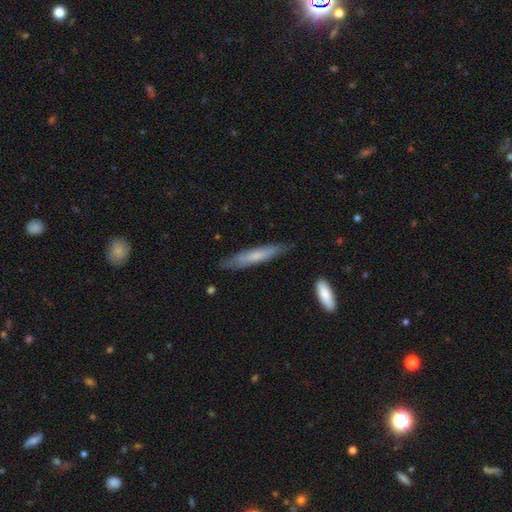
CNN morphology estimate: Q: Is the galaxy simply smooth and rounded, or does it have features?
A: smooth — 56%.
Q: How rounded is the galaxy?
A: cigar-shaped — 91%.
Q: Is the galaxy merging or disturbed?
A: none — 75%.